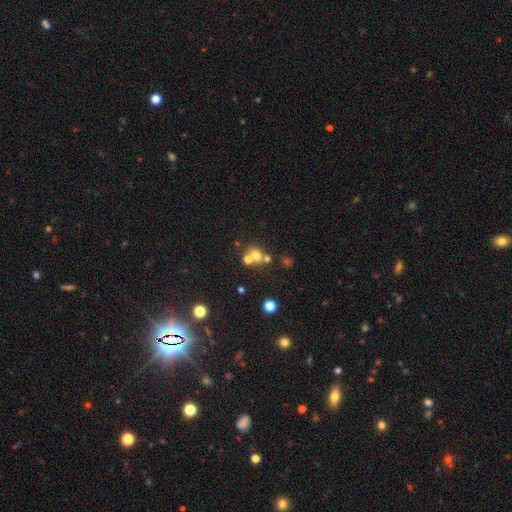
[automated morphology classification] This is possibly a smooth galaxy (60%). How rounded: likely round (74%). Merging: possibly merger (47%).